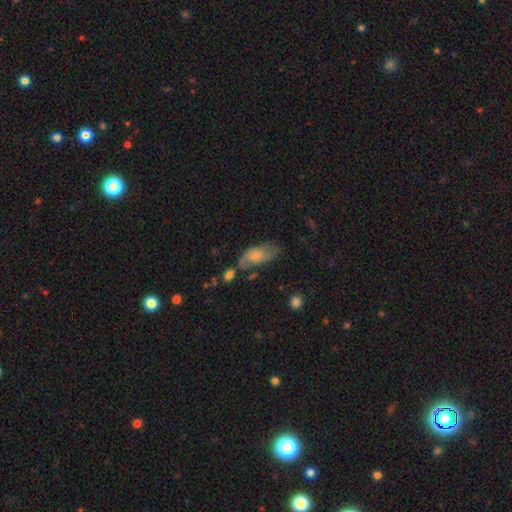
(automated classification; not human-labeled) smooth-or-featured: smooth: 53% | featured or disk: 39% | star or artifact: 8%
  how-rounded: in between: 86% | cigar-shaped: 10% | round: 4%
  merging: none: 48% | minor disturbance: 27% | major disturbance: 13% | merger: 11%